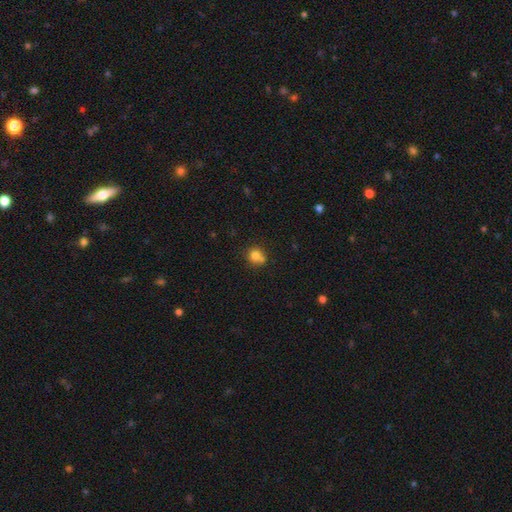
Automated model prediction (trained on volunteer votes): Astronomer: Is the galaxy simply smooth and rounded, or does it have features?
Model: smooth — 78%.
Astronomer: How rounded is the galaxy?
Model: round — 83%.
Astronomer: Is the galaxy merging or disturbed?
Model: none — 55%.